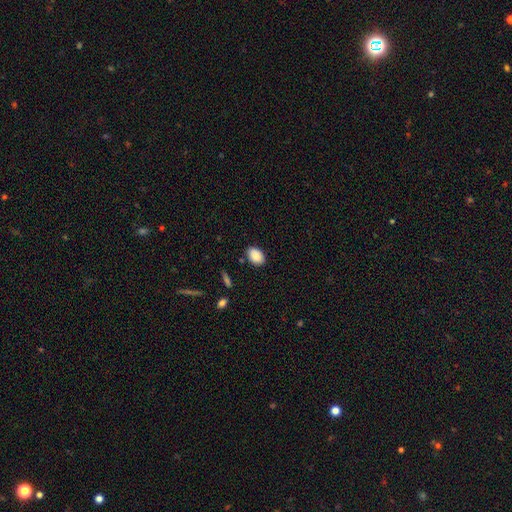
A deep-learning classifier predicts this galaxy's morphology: Smooth or featured? smooth (88%)
How rounded? in between (85%)
Merging? none (84%)